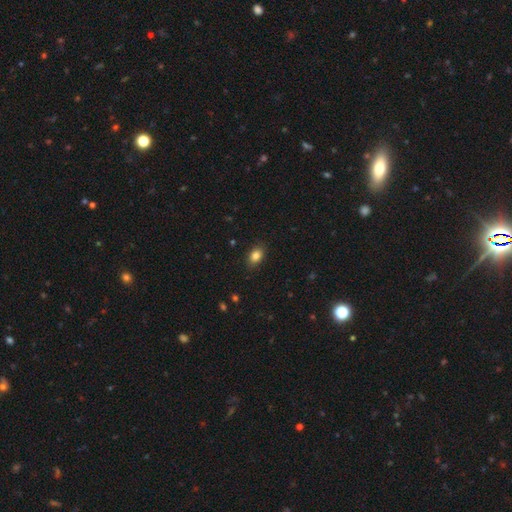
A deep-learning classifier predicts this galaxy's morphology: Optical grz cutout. It shows a smooth galaxy with no disk features (85%) that is in between round and cigar-shaped (82%). Merging: none (86%).